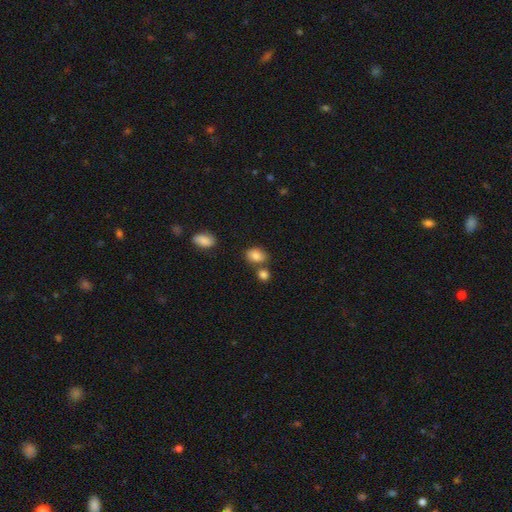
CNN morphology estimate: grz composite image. It shows a smooth galaxy with no disk features (84%) that is in between round and cigar-shaped (73%). Merging: none (58%).